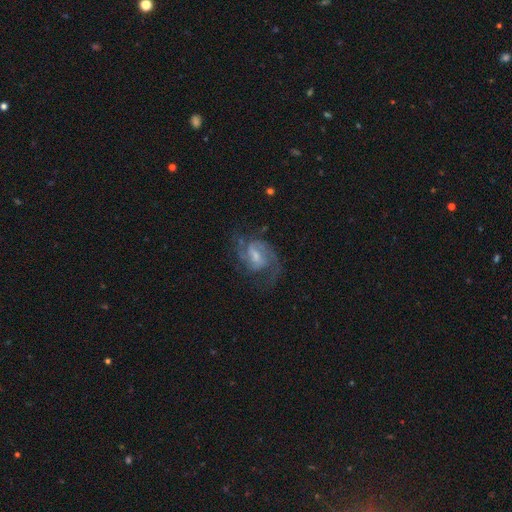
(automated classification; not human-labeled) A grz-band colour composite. It shows a featured or disk galaxy (85%) with a weak bar (57%), 2 (63%) medium (53%) spiral arms (95%) and a small central bulge (44%). Merging: none (60%).